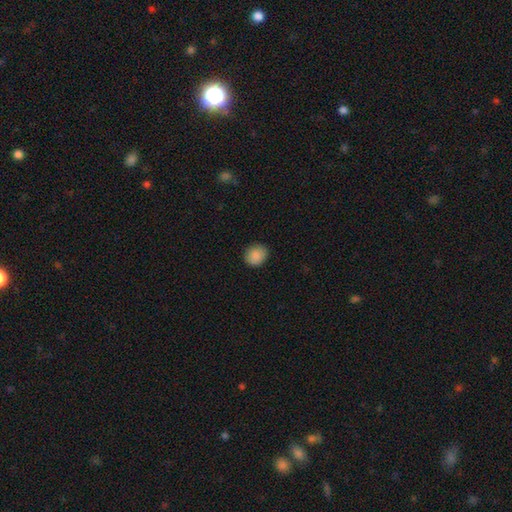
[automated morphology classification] smooth_or_featured: smooth (p=0.88) [alt: star or artifact p=0.08]
how_rounded: round (p=0.74) [alt: in between p=0.25]
merging: none (p=0.86) [alt: minor disturbance p=0.11]